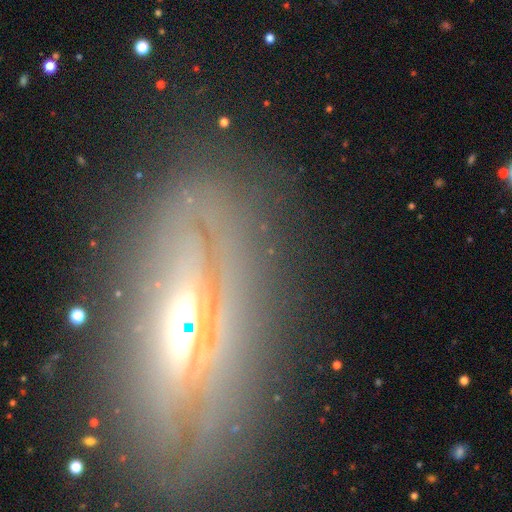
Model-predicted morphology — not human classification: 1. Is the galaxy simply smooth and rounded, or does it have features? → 74% featured or disk, 15% smooth, 11% star or artifact.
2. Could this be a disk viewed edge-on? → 53% yes, 47% no.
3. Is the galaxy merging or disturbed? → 75% none, 15% minor disturbance, 8% major disturbance, 2% merger.